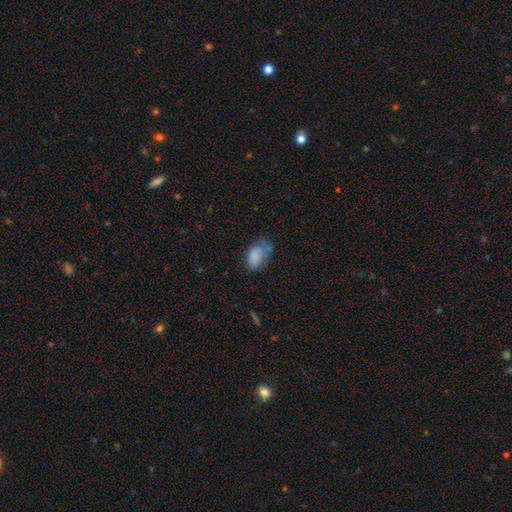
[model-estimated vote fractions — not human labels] Overall: smooth (78%). How rounded: in between (88%). Merging: none (40%; minor disturbance 34%).